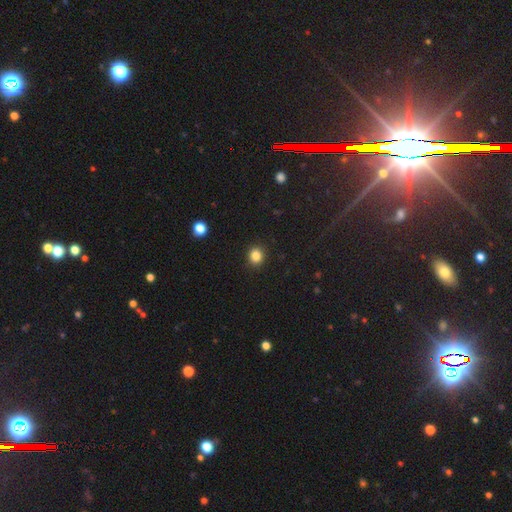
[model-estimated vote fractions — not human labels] Smooth or featured: smooth — 85% (star or artifact — 11%)
How rounded: round — 83% (in between — 16%)
Merging: none — 91% (minor disturbance — 6%)